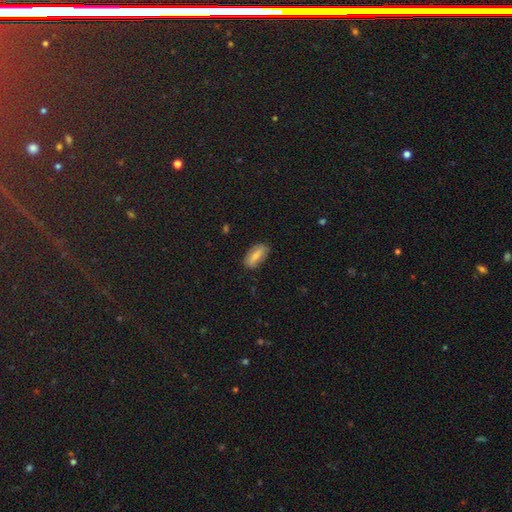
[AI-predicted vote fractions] A smooth galaxy with no disk features (70%) that is in between round and cigar-shaped (87%). Merging: none (83%).